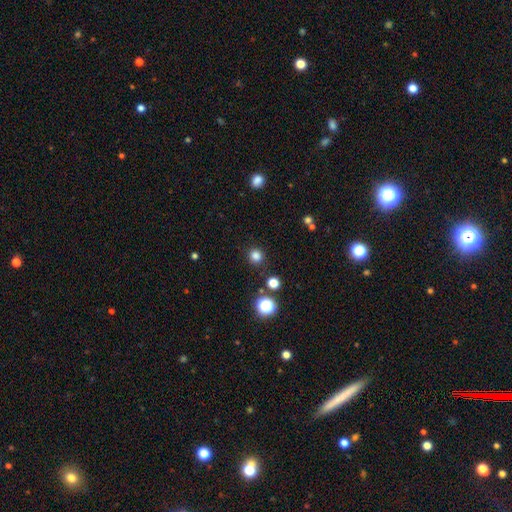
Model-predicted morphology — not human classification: type=smooth (80%); roundness=round (93%); merging=none (88%).